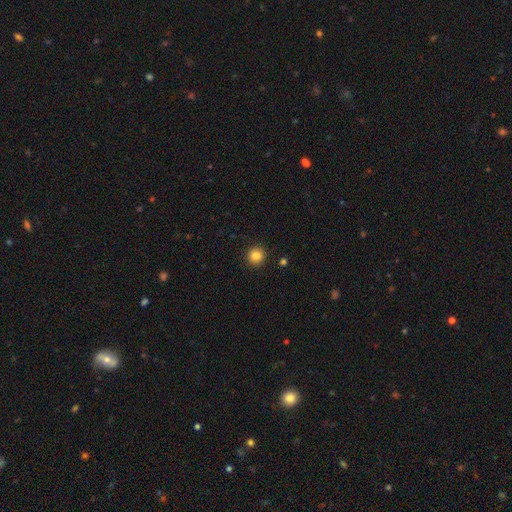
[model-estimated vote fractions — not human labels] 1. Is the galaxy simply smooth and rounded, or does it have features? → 84% smooth, 11% star or artifact, 5% featured or disk.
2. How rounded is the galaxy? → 94% round, 5% in between, 1% cigar-shaped.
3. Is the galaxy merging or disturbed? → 92% none, 5% minor disturbance, 2% major disturbance, 1% merger.